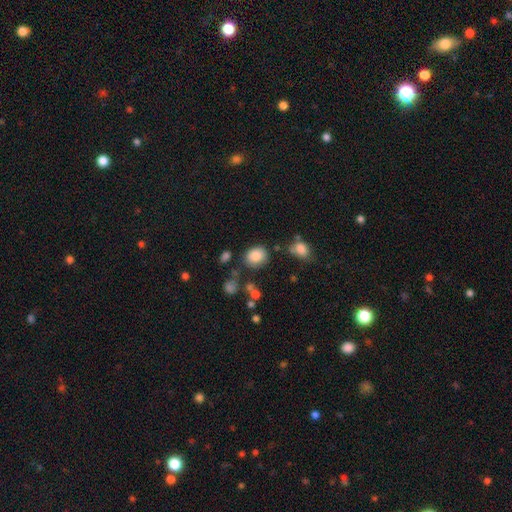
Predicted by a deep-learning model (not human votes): Morphology: type=smooth (84%); roundness=round (56%); merging=none (71%).